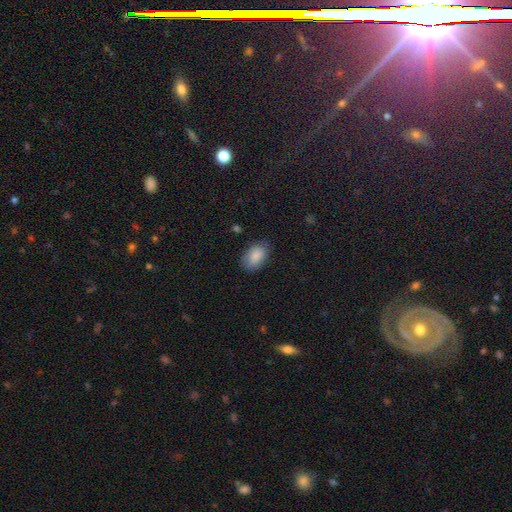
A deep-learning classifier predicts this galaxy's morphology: smooth_or_featured: smooth (p=0.87) [alt: star or artifact p=0.07]
how_rounded: in between (p=0.91) [alt: round p=0.08]
merging: none (p=0.78) [alt: minor disturbance p=0.17]